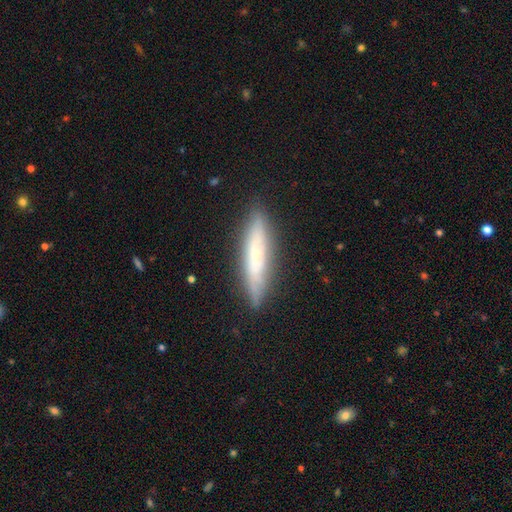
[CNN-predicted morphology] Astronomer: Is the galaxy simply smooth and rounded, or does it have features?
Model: smooth — 48% (runner-up: featured or disk, 44%).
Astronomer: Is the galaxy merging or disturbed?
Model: none — 84%.